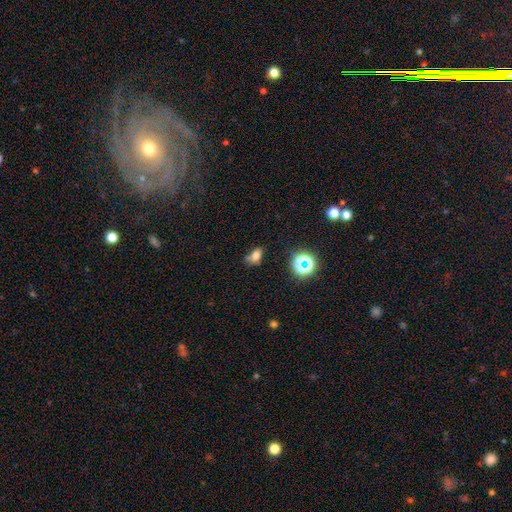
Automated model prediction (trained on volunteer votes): smooth 68%, star or artifact 20%, featured or disk 12%. Down the decision tree: how rounded — in between (77%); merging — none (48%).